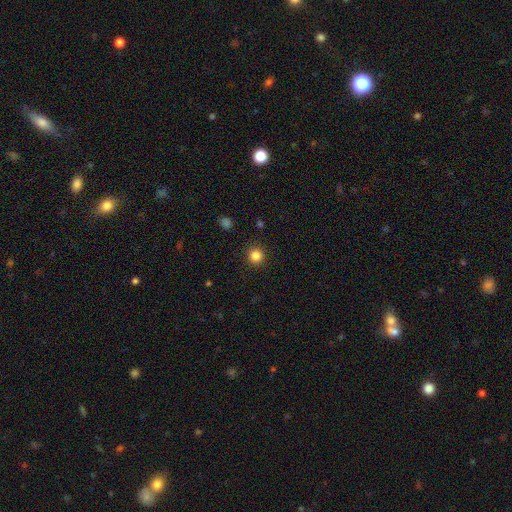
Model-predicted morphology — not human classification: Smooth or featured: smooth — 84% (star or artifact — 12%)
How rounded: round — 94% (in between — 5%)
Merging: none — 91% (minor disturbance — 6%)